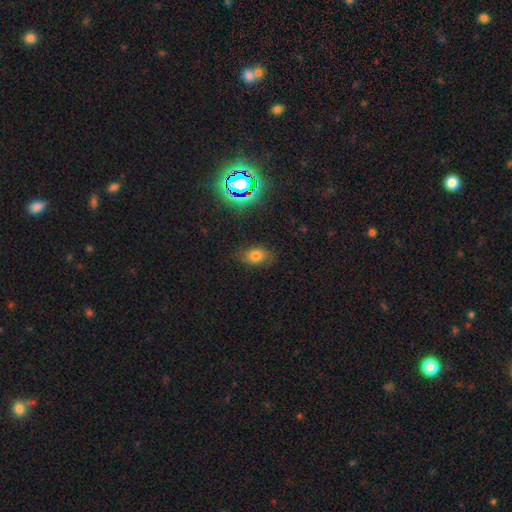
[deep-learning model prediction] smooth 70%, star or artifact 19%, featured or disk 11%. Down the decision tree: how rounded — in between (79%); merging — none (81%).